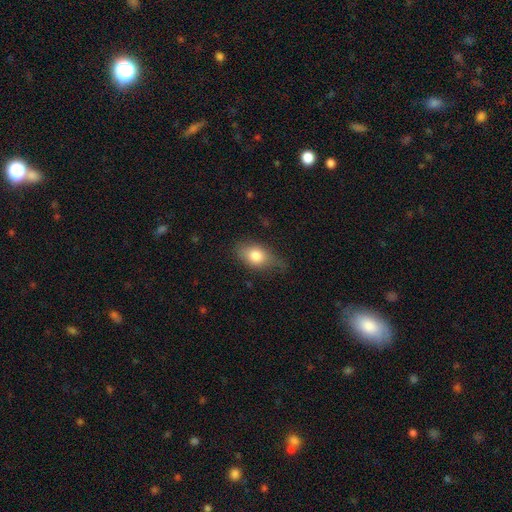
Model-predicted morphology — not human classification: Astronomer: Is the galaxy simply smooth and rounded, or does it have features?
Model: smooth — 78%.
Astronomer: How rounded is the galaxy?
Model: in between — 83%.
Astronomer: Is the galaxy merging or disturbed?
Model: none — 62%.